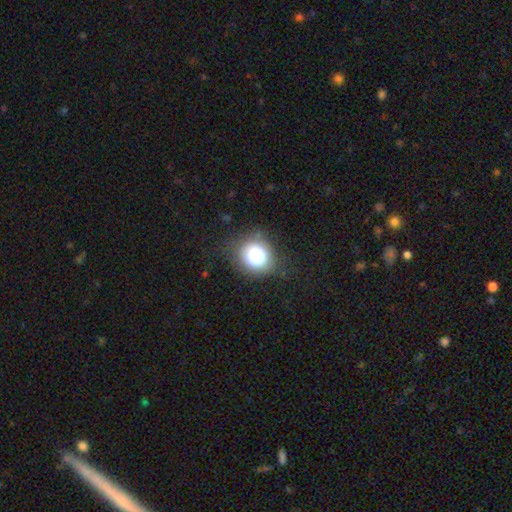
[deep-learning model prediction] smooth_or_featured: smooth (p=0.79) [alt: featured or disk p=0.11]
how_rounded: round (p=0.74) [alt: in between p=0.25]
merging: none (p=0.75) [alt: minor disturbance p=0.16]